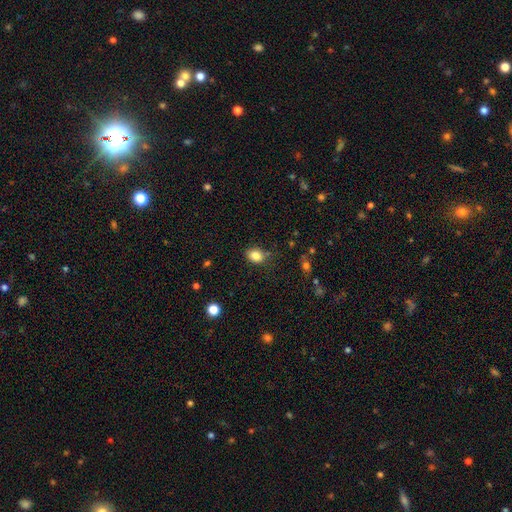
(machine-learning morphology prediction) type=smooth (84%); roundness=in between (62%); merging=none (74%).